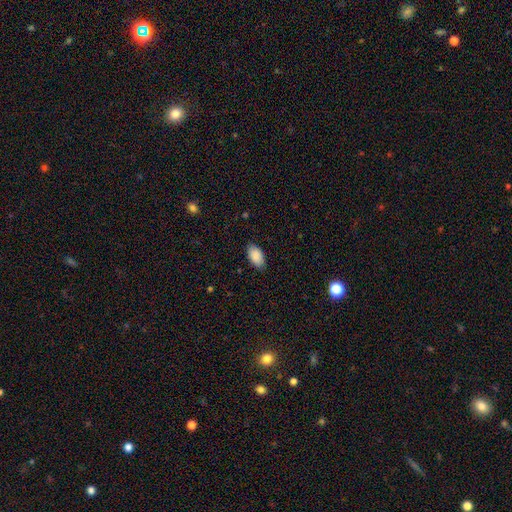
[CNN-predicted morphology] A smooth galaxy with no disk features (89%) that is in between round and cigar-shaped (95%).

Vote fractions:
- Smooth or featured? smooth: 89% / star or artifact: 6% / featured or disk: 5%
- How rounded? in between: 95% / round: 3% / cigar-shaped: 2%
- Merging? none: 85% / minor disturbance: 11% / major disturbance: 2% / merger: 1%